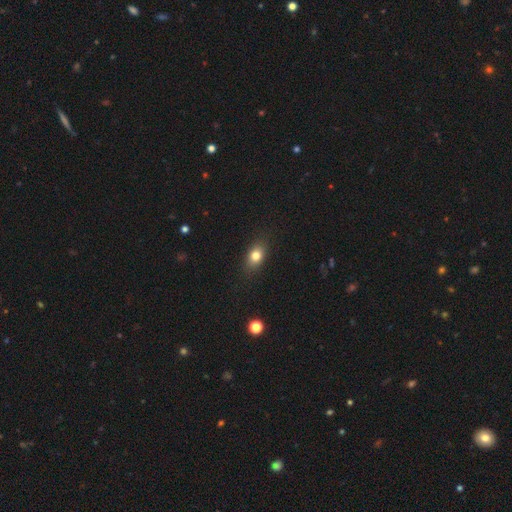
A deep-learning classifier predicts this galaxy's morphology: smooth_or_featured: smooth (p=0.80) [alt: star or artifact p=0.10]
how_rounded: in between (p=0.72) [alt: round p=0.24]
merging: none (p=0.85) [alt: minor disturbance p=0.11]